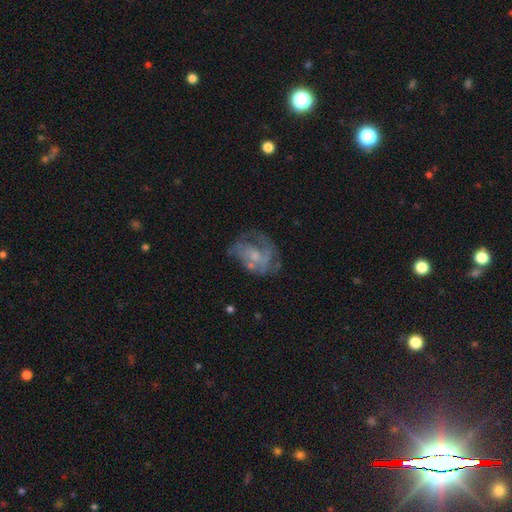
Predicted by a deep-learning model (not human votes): This appears to be a featured or disk galaxy (67%) with no bar (72%), spiral arms (59%) and a small central bulge (52%). Merging: none (46%).